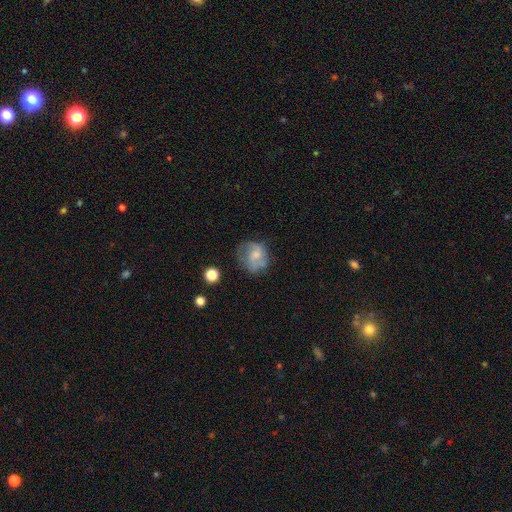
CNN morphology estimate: Q: Smooth or featured?
A: featured or disk (46%); runner-up: smooth (44%)
Q: Merging?
A: none (48%); runner-up: minor disturbance (27%)